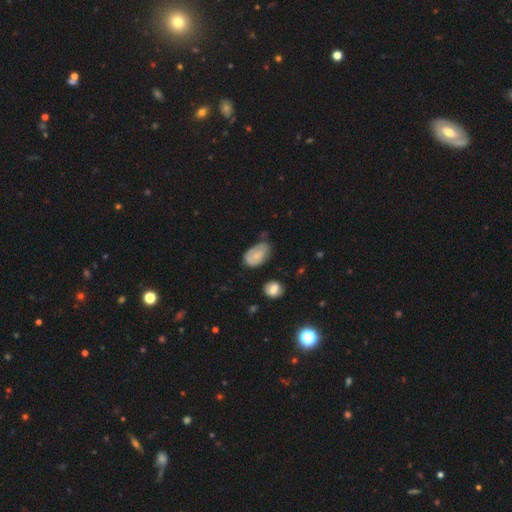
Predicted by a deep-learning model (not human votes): The model was most divided on "merging": none: 42%, minor disturbance: 41%, major disturbance: 12%, merger: 5%. More confident: how rounded — in between (90%); smooth or featured — smooth (67%).